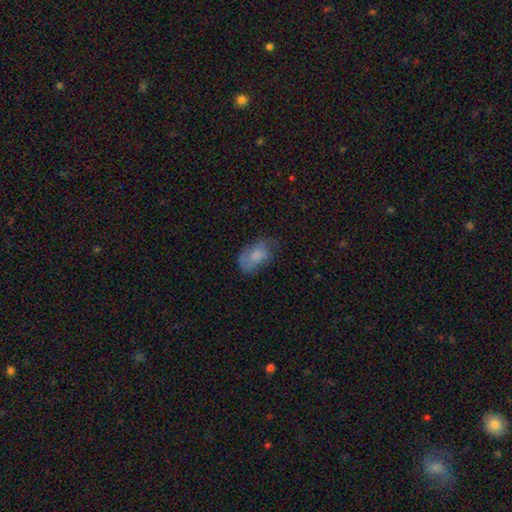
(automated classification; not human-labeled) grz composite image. It shows a smooth galaxy with no disk features (56%) that is in between round and cigar-shaped (88%). Merging: none (52%).